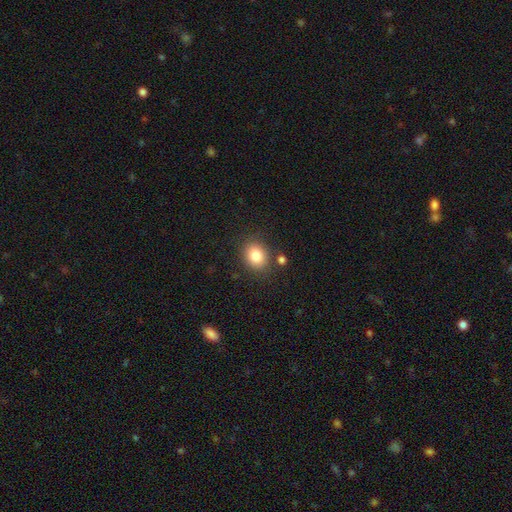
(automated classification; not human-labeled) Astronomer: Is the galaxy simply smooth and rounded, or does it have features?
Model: smooth — 83%.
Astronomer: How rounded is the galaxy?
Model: round — 56% (runner-up: in between, 43%).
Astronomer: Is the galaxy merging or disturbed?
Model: none — 81%.